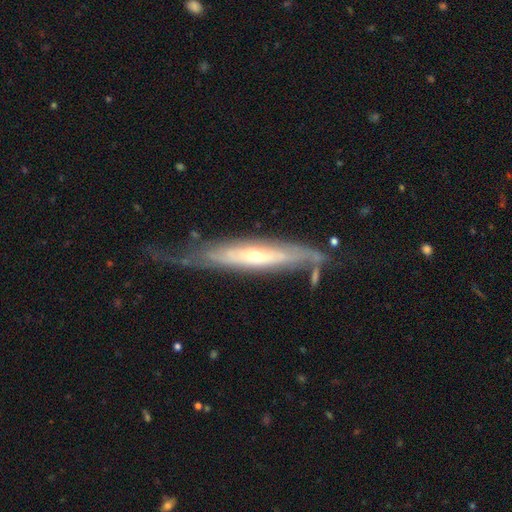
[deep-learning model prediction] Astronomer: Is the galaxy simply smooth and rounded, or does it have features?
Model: featured or disk — 76%.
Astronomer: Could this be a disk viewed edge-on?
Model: yes — 54% (runner-up: no, 46%).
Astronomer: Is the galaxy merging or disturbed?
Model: none — 53%.